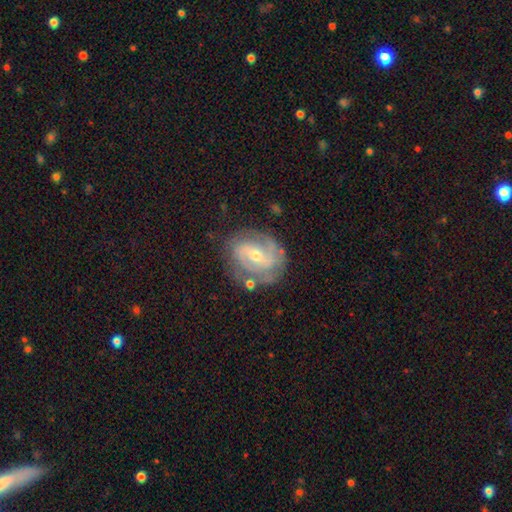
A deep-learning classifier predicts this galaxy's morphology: featured or disk 84%, smooth 10%, star or artifact 6%. Down the decision tree: edge-on disk — no (97%); bar — weak (48%); spiral arms — yes (95%); spiral arm count — 2 (66%); spiral winding — tight (47%); bulge size — moderate (51%); merging — none (72%).